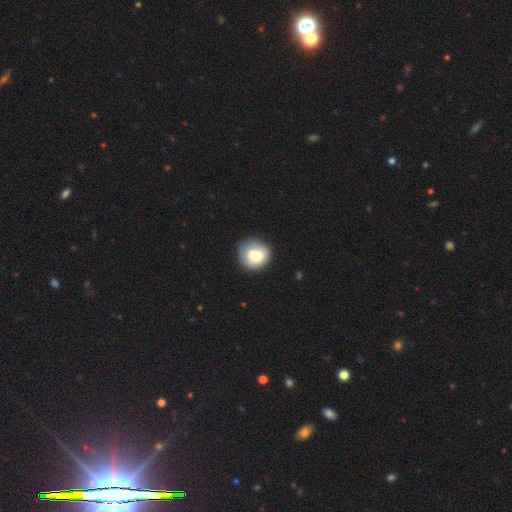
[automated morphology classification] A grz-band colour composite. It shows a smooth galaxy with no disk features (74%) that is round (81%). Merging: none (66%).